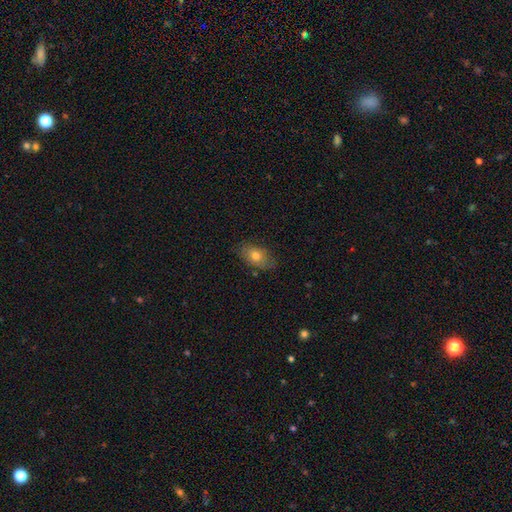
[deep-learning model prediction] The model was most divided on "smooth or featured": smooth: 74%, featured or disk: 18%, star or artifact: 8%. More confident: how rounded — in between (87%); merging — none (78%).